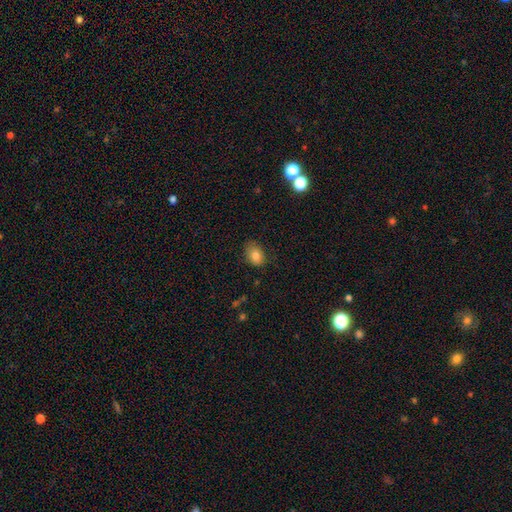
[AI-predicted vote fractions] Smooth or featured? Predicted: smooth (p=0.82). How rounded? Predicted: in between (p=0.78). Merging? Predicted: none (p=0.70).